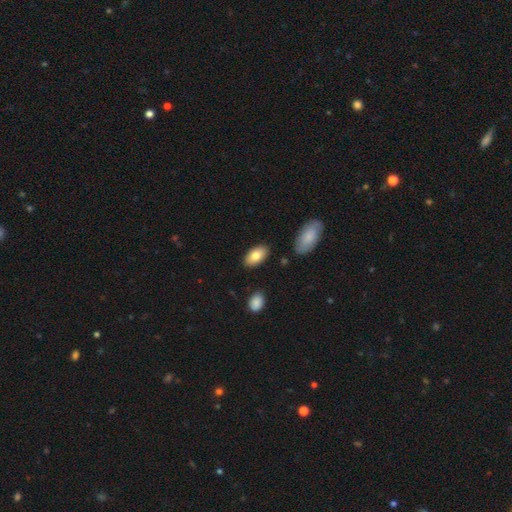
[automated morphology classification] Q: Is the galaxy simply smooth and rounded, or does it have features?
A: smooth — 81%.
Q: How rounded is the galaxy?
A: in between — 94%.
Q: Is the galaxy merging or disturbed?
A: none — 85%.